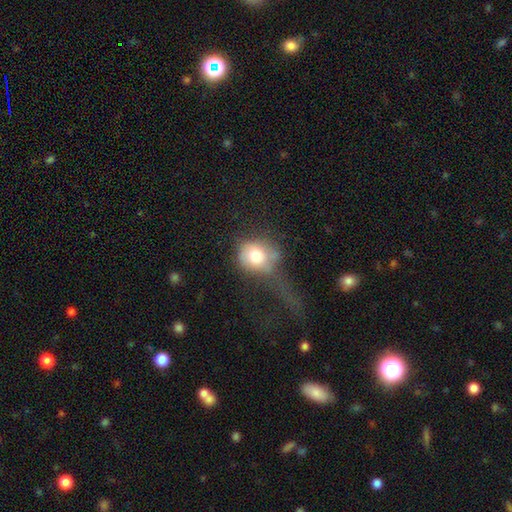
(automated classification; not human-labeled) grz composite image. It shows a smooth galaxy with no disk features (73%) that is round (76%). Merging: major disturbance (40%).